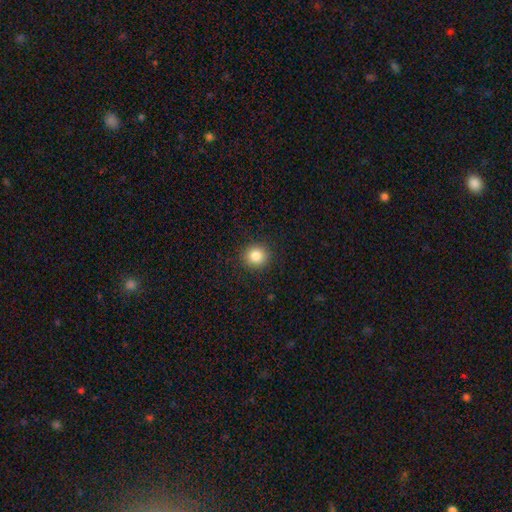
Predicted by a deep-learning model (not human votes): Smooth or featured? Predicted: smooth (p=0.85). How rounded? Predicted: round (p=0.92). Merging? Predicted: none (p=0.91).